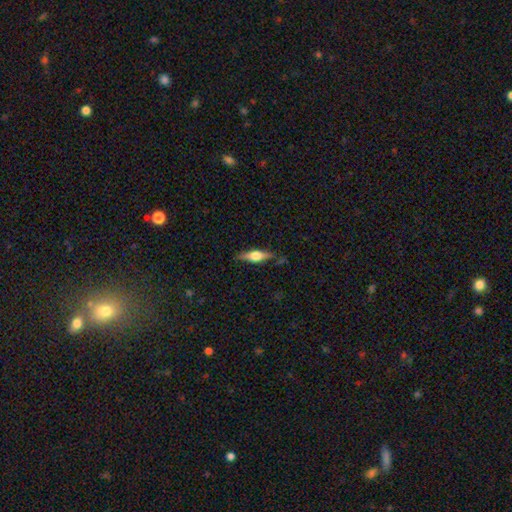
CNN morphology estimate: featured or disk 59%, smooth 35%, star or artifact 6%. Down the decision tree: edge-on disk — yes (95%); edge-on bulge — rounded (91%); merging — none (81%).